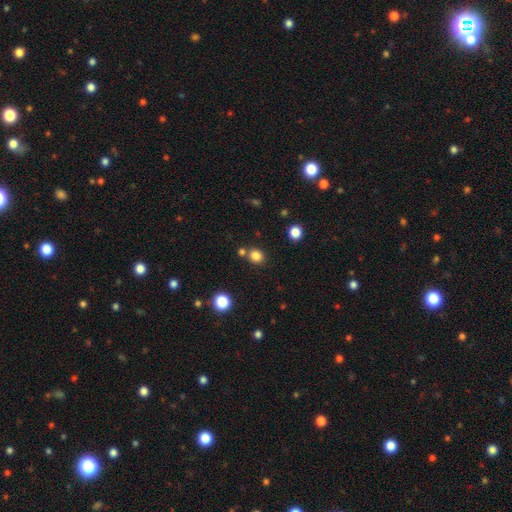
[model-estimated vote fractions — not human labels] Smooth or featured?
  - smooth: 82% *
  - star or artifact: 13%
  - featured or disk: 5%
How rounded?
  - round: 72% *
  - in between: 27%
  - cigar-shaped: 1%
Merging?
  - none: 75% *
  - merger: 14%
  - minor disturbance: 9%
  - major disturbance: 3%